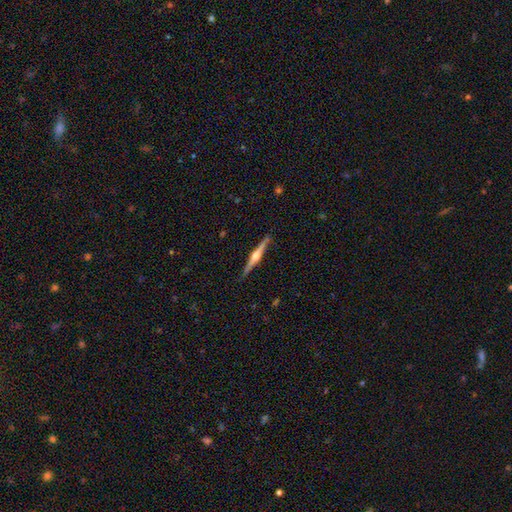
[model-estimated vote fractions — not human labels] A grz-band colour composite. It shows a featured or disk galaxy (81%) viewed edge-on (99%) with a rounded central bulge (90%). Merging: none (90%).